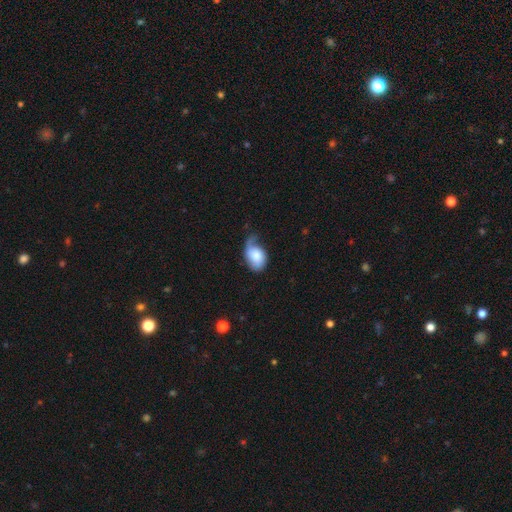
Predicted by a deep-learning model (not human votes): This appears to be a smooth galaxy with no disk features (61%) that is in between round and cigar-shaped (83%). Merging: minor disturbance (38%).